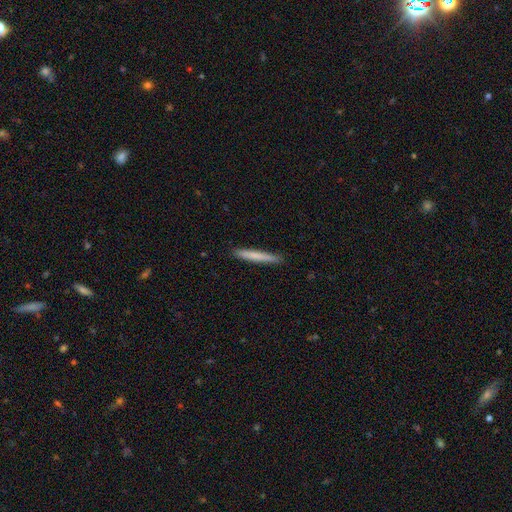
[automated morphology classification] Smooth or featured?
  - smooth: 74% *
  - featured or disk: 20%
  - star or artifact: 6%
How rounded?
  - cigar-shaped: 96% *
  - in between: 3%
  - round: 1%
Merging?
  - none: 91% *
  - minor disturbance: 7%
  - major disturbance: 1%
  - merger: 1%